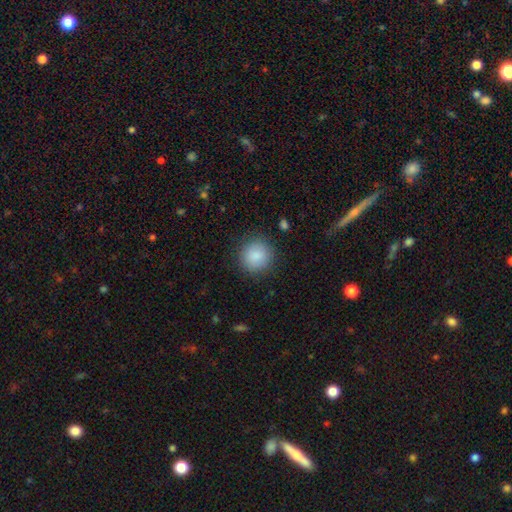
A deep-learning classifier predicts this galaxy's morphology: Overall: smooth (88%). How rounded: round (91%). Merging: none (88%).